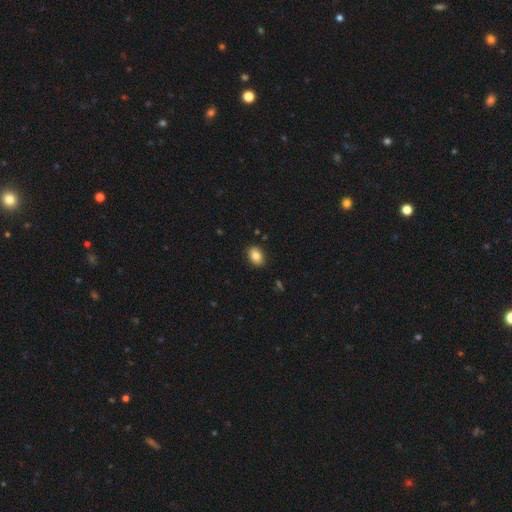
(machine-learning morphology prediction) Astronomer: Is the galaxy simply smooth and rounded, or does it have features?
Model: smooth — 84%.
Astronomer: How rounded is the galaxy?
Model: in between — 82%.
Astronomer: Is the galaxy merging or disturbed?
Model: none — 88%.